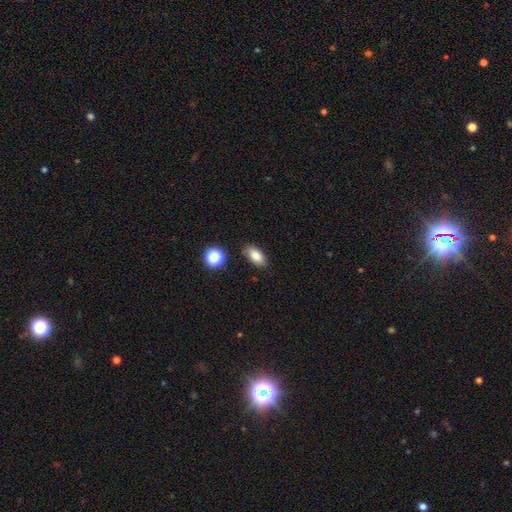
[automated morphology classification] The model was most divided on "smooth or featured": smooth: 81%, star or artifact: 10%, featured or disk: 9%. More confident: how rounded — in between (88%); merging — none (85%).